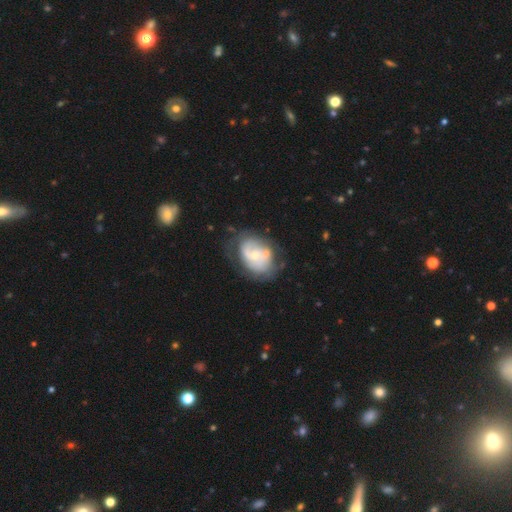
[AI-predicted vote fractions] Smooth or featured: featured or disk — 63% (smooth — 30%)
Edge-on disk: no — 97% (yes — 3%)
Bar: no — 72% (weak — 23%)
Spiral arms: yes — 66% (no — 34%)
Bulge size: small — 63% (moderate — 31%)
Merging: none — 50% (minor disturbance — 26%)